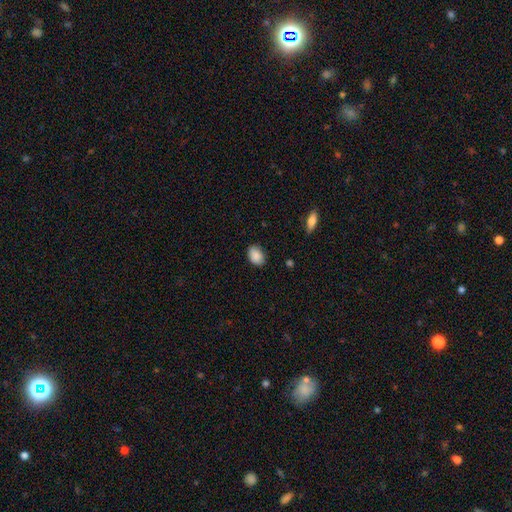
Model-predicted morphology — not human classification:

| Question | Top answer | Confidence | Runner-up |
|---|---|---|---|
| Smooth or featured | smooth | 89% | star or artifact (8%) |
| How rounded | in between | 81% | round (18%) |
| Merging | none | 83% | minor disturbance (13%) |